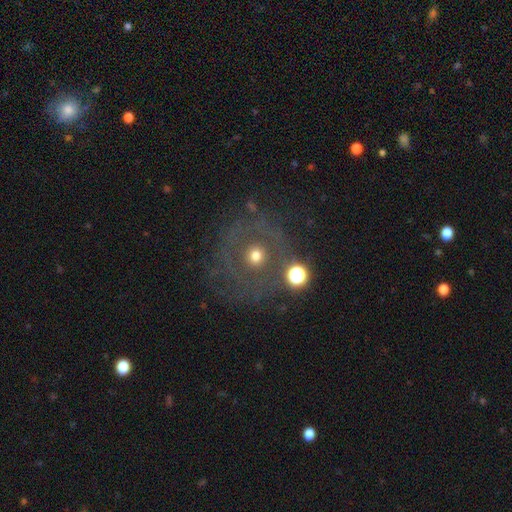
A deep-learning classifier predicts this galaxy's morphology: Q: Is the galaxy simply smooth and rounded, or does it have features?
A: smooth — 49%.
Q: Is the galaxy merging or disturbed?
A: none — 68%.